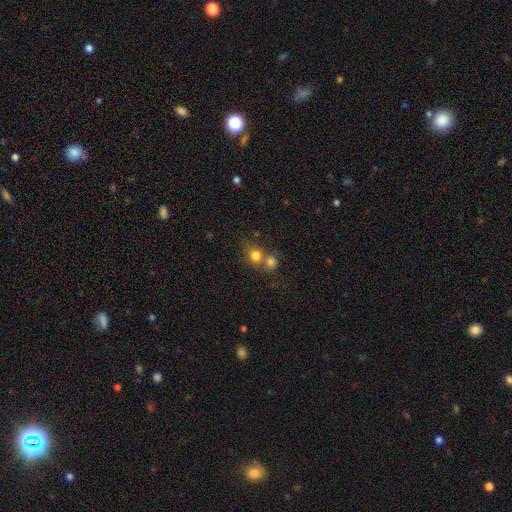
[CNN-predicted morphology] Q: Smooth or featured?
A: smooth (78%); runner-up: star or artifact (13%)
Q: How rounded?
A: round (82%); runner-up: in between (17%)
Q: Merging?
A: none (45%); runner-up: merger (44%)